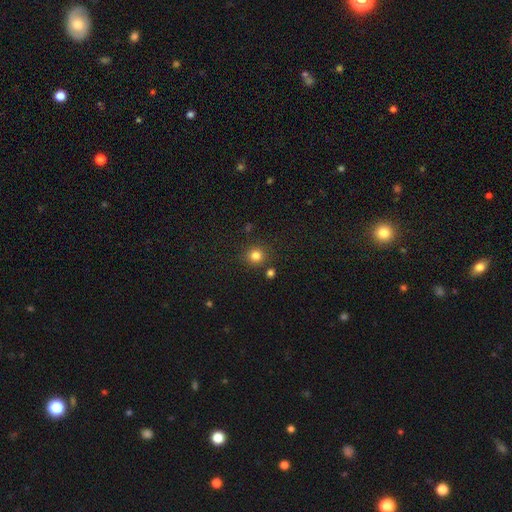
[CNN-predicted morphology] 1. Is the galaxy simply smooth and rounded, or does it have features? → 81% smooth, 14% star or artifact, 5% featured or disk.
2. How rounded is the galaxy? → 90% round, 9% in between, 1% cigar-shaped.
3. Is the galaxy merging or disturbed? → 84% none, 8% minor disturbance, 6% merger, 3% major disturbance.